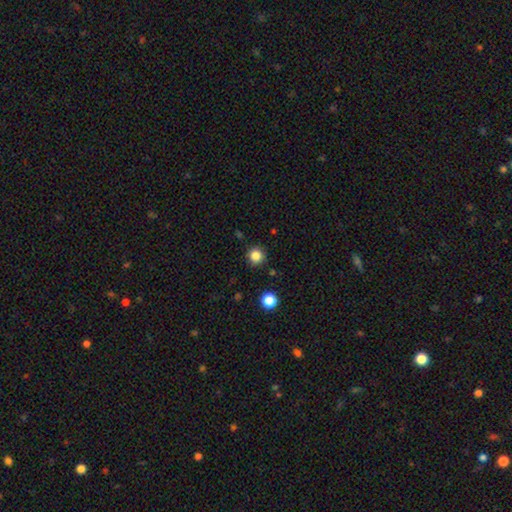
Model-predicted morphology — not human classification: A smooth galaxy with no disk features (83%) that is round (95%).

Vote fractions:
- Smooth or featured? smooth: 83% / star or artifact: 13% / featured or disk: 4%
- How rounded? round: 95% / in between: 4% / cigar-shaped: 1%
- Merging? none: 89% / minor disturbance: 7% / major disturbance: 2% / merger: 2%